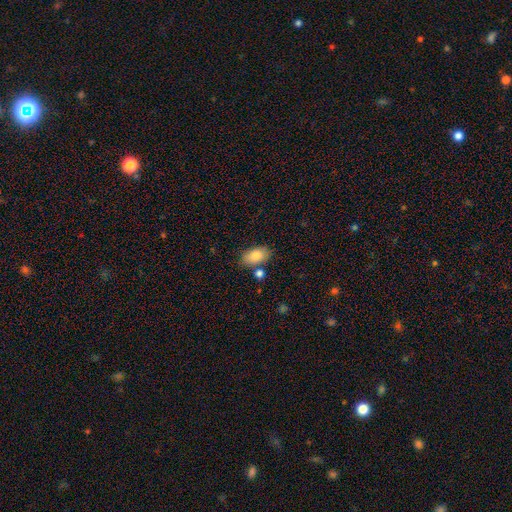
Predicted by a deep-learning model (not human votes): smooth-or-featured: smooth: 84% | featured or disk: 9% | star or artifact: 7%
  how-rounded: in between: 92% | round: 7% | cigar-shaped: 2%
  merging: none: 73% | minor disturbance: 14% | merger: 9% | major disturbance: 3%